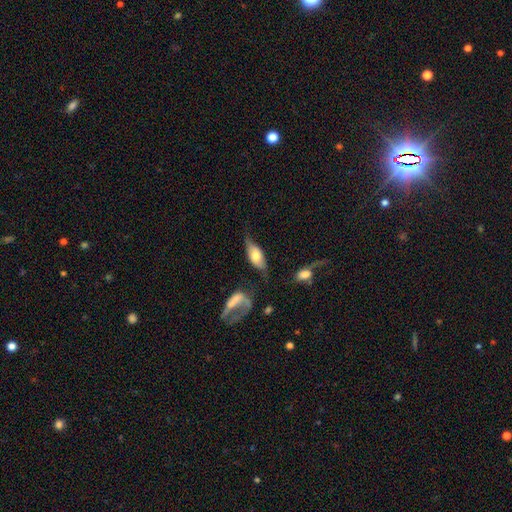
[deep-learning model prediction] The model was most divided on "merging": none: 44%, minor disturbance: 28%, major disturbance: 19%, merger: 9%. More confident: how rounded — in between (83%); smooth or featured — smooth (55%).